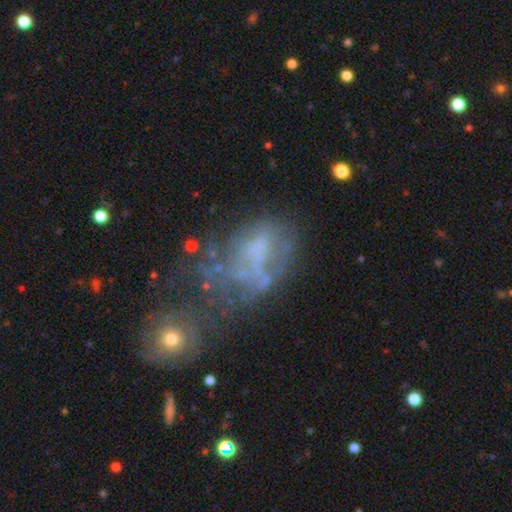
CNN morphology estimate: Smooth or featured?
  - featured or disk: 49% *
  - smooth: 30%
  - star or artifact: 21%
Merging?
  - major disturbance: 38% *
  - merger: 23%
  - none: 22%
  - minor disturbance: 17%